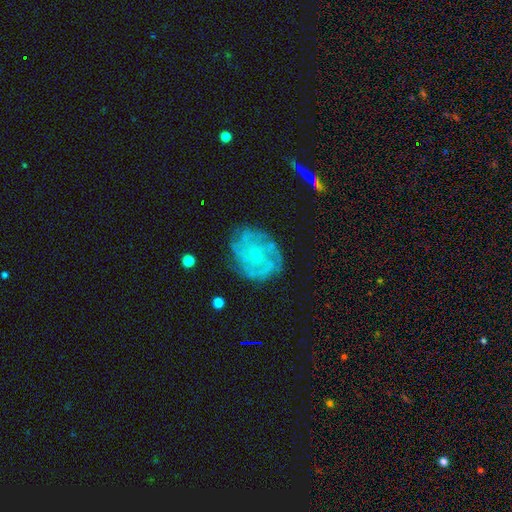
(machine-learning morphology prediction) smooth_or_featured: featured or disk (p=0.78) [alt: smooth p=0.14]
disk_edge_on: no (p=0.98) [alt: yes p=0.02]
bar: no (p=0.76) [alt: weak p=0.21]
has_spiral_arms: yes (p=0.91) [alt: no p=0.09]
spiral_winding: tight (p=0.58) [alt: medium p=0.32]
spiral_arm_count: can't tell (p=0.34) [alt: 4 p=0.22]
bulge_size: small (p=0.82) [alt: moderate p=0.11]
merging: none (p=0.75) [alt: minor disturbance p=0.17]